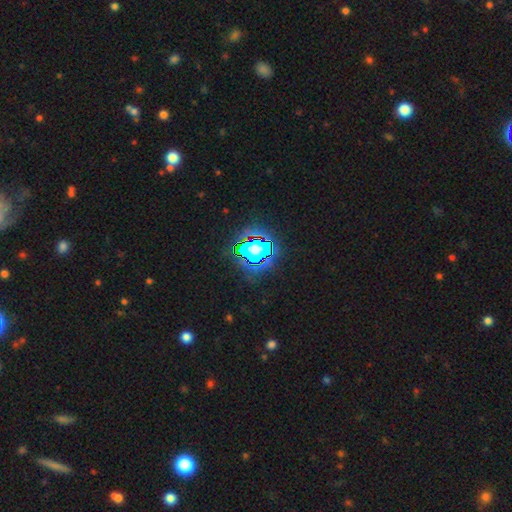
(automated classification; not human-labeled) A star or artifact, not a galaxy (81%).

Vote fractions:
- Smooth or featured? star or artifact: 81% / smooth: 12% / featured or disk: 7%